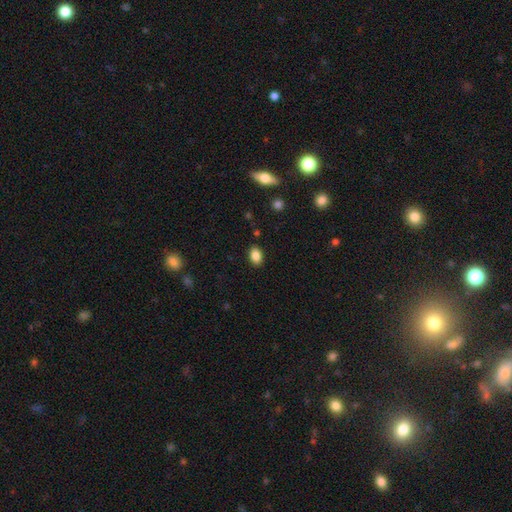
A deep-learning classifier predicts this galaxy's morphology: Smooth or featured? smooth (86%)
How rounded? in between (80%)
Merging? none (87%)